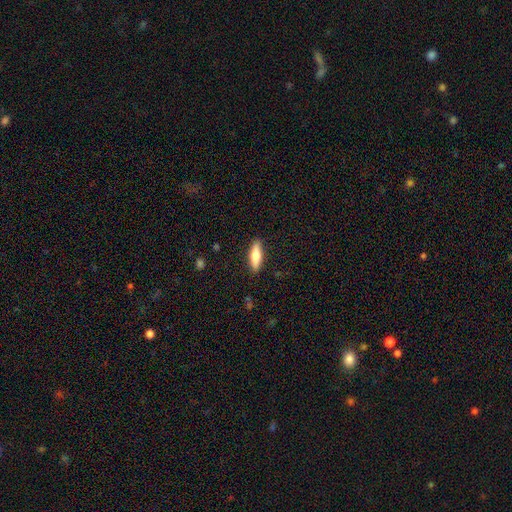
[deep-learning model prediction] The model was most divided on "how rounded": cigar-shaped: 52%, in between: 46%, round: 2%. More confident: merging — none (89%); smooth or featured — smooth (70%).